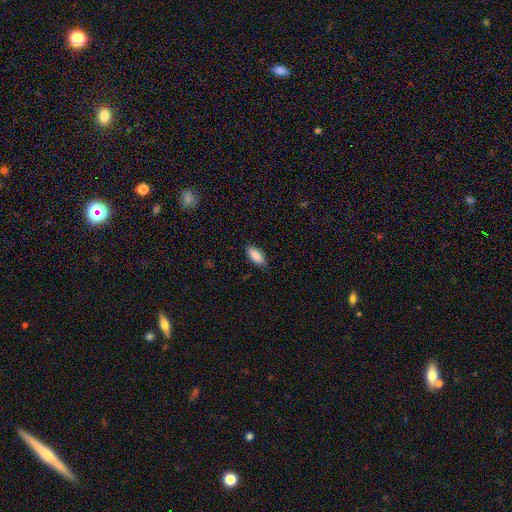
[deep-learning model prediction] Smooth or featured? Predicted: smooth (p=0.89). How rounded? Predicted: in between (p=0.87). Merging? Predicted: none (p=0.84).